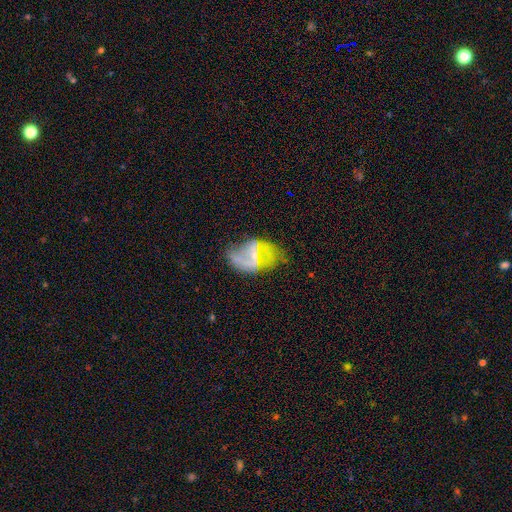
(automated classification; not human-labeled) This is likely a featured or disk galaxy (69%). It is clearly not viewed edge-on (95%). Bar: marginally strong (43%). Spiral arm pattern: likely yes (64%). Central bulge: possibly small (59%). Merging: possibly none (53%).